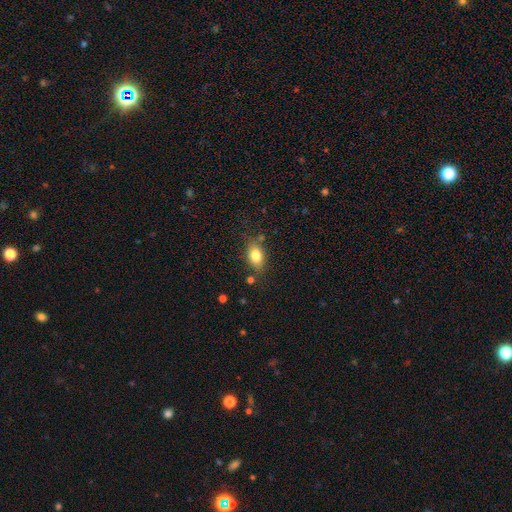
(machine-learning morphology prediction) The model was most divided on "merging": none: 78%, minor disturbance: 15%, major disturbance: 4%, merger: 4%. More confident: how rounded — in between (84%); smooth or featured — smooth (82%).